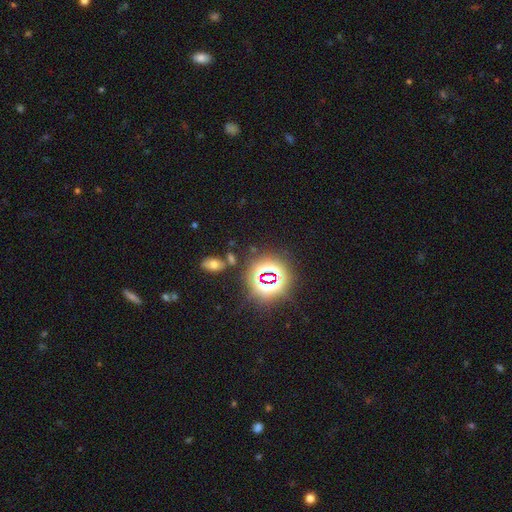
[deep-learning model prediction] smooth_or_featured: star or artifact (p=0.78) [alt: smooth p=0.14]